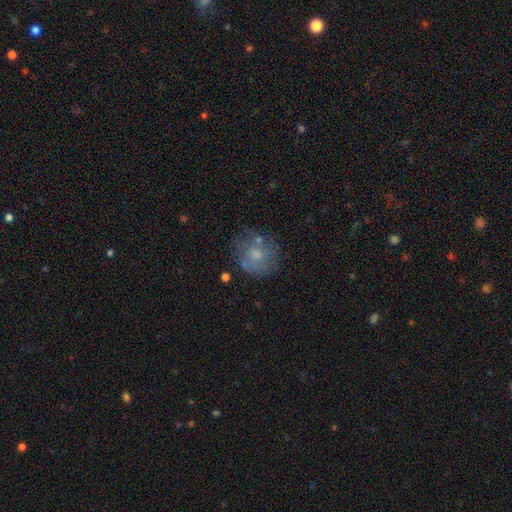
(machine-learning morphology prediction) The model was most divided on "smooth or featured": smooth: 57%, featured or disk: 33%, star or artifact: 10%. More confident: how rounded — round (79%); merging — none (60%).